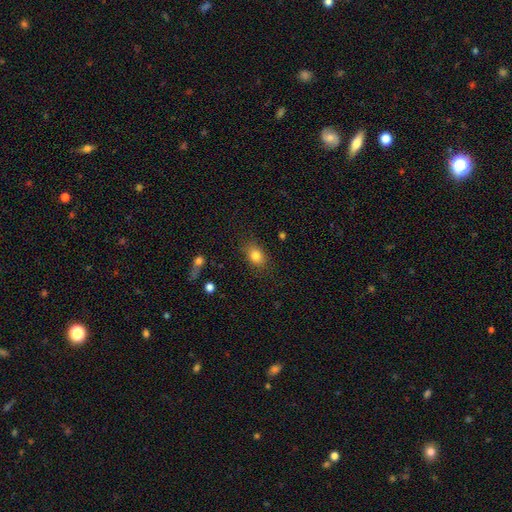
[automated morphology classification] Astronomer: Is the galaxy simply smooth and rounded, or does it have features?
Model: smooth — 82%.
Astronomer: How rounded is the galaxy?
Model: in between — 71%.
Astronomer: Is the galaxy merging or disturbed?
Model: none — 81%.